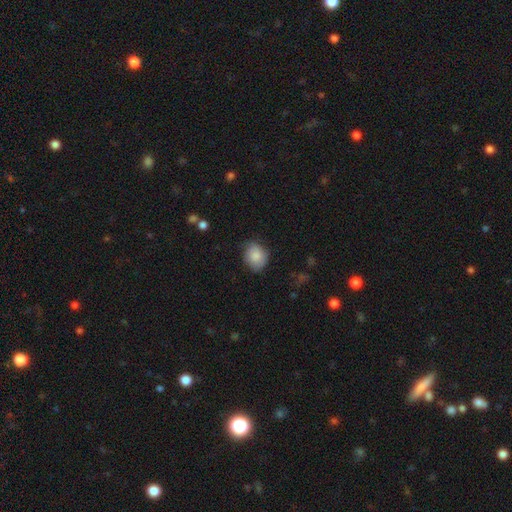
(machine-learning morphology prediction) This appears to be a smooth galaxy with no disk features (85%) that is round (58%). Merging: none (72%).